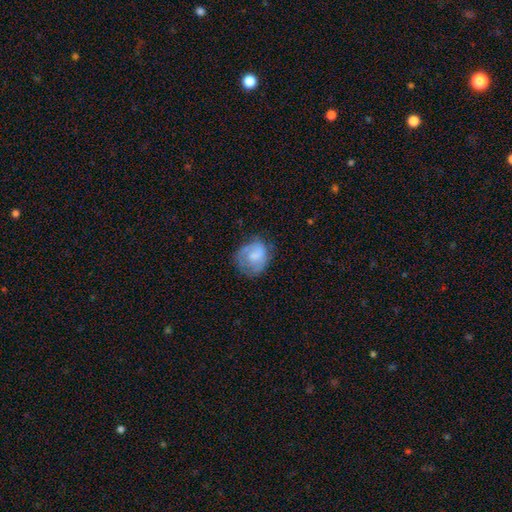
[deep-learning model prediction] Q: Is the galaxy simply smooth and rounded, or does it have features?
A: smooth — 52%.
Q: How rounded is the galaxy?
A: round — 62%.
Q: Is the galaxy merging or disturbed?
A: none — 57%.